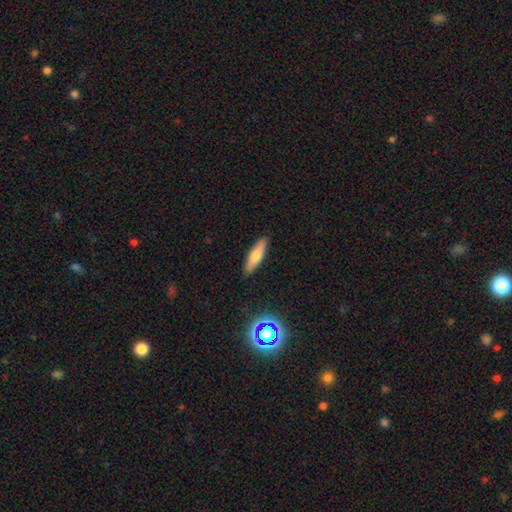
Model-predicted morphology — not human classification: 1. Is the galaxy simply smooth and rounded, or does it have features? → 67% smooth, 25% featured or disk, 8% star or artifact.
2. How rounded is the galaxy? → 64% cigar-shaped, 34% in between, 2% round.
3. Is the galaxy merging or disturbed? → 88% none, 8% minor disturbance, 2% major disturbance, 1% merger.